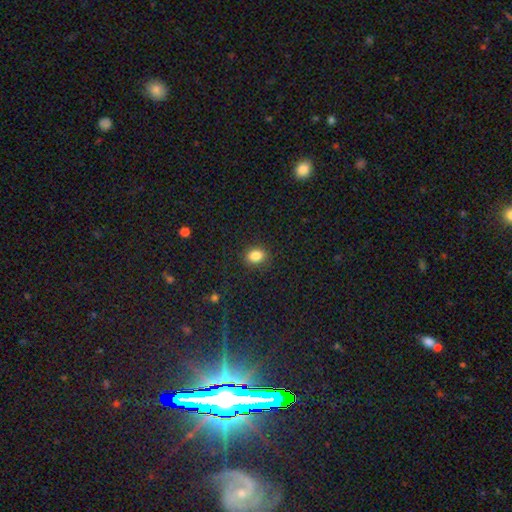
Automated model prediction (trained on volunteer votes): This appears to be a smooth galaxy with no disk features (85%) that is in between round and cigar-shaped (55%). Merging: none (87%).